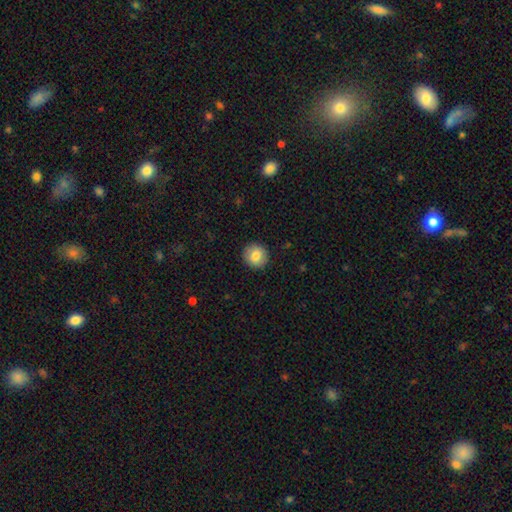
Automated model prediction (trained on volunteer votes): smooth 81%, featured or disk 10%, star or artifact 8%. Down the decision tree: how rounded — round (90%); merging — none (92%).